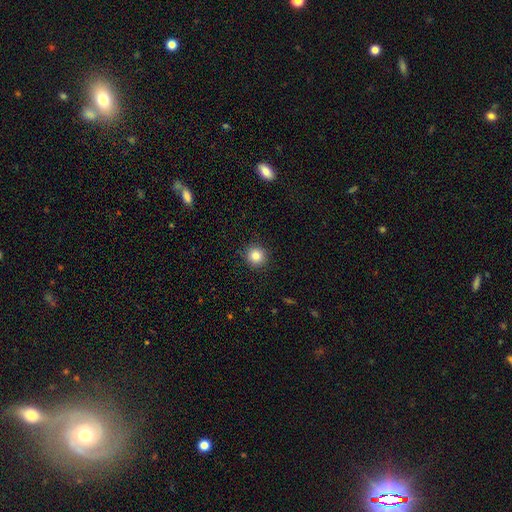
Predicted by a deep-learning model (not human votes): A smooth galaxy with no disk features (83%) that is round (93%). Merging: none (91%).